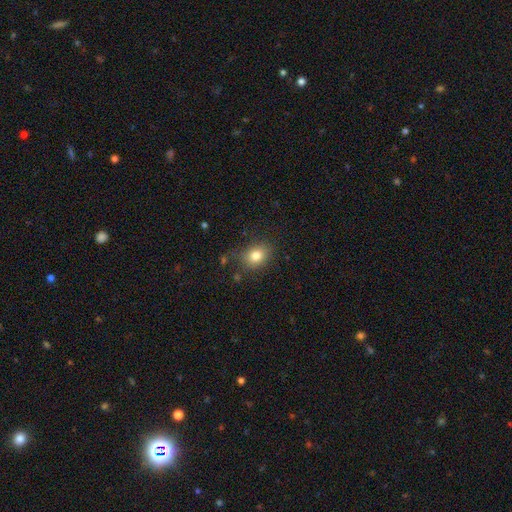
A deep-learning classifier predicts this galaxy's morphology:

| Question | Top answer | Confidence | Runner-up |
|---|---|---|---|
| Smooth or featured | smooth | 80% | star or artifact (11%) |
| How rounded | in between | 50% | round (49%) |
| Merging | none | 80% | minor disturbance (14%) |